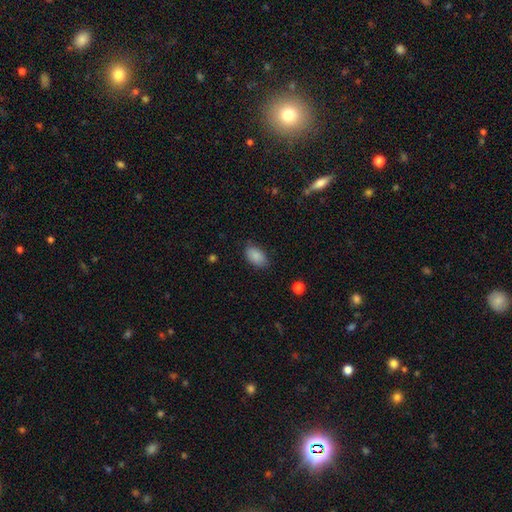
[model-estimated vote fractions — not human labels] smooth-or-featured: smooth: 88% | star or artifact: 8% | featured or disk: 4%
  how-rounded: in between: 92% | round: 6% | cigar-shaped: 2%
  merging: none: 81% | minor disturbance: 15% | major disturbance: 3% | merger: 1%